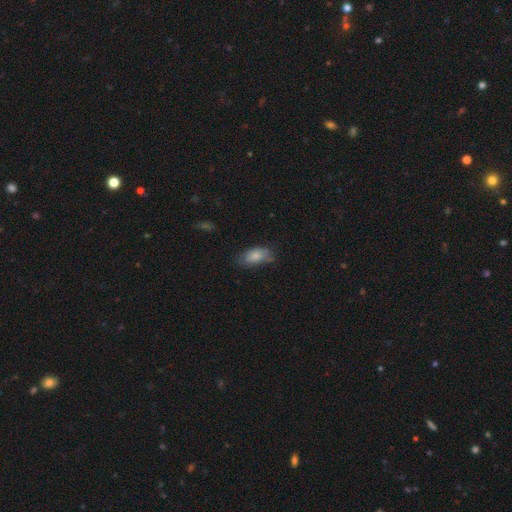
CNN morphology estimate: type=smooth (79%); roundness=in between (90%); merging=none (57%).